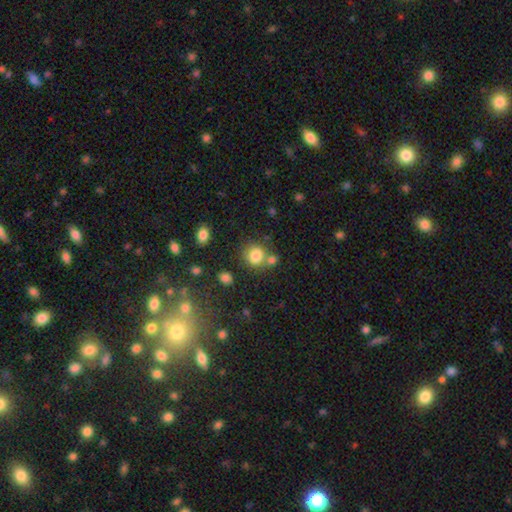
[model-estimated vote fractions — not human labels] Smooth or featured?
  - smooth: 81% *
  - star or artifact: 11%
  - featured or disk: 8%
How rounded?
  - round: 77% *
  - in between: 22%
  - cigar-shaped: 1%
Merging?
  - none: 60% *
  - merger: 23%
  - minor disturbance: 12%
  - major disturbance: 4%